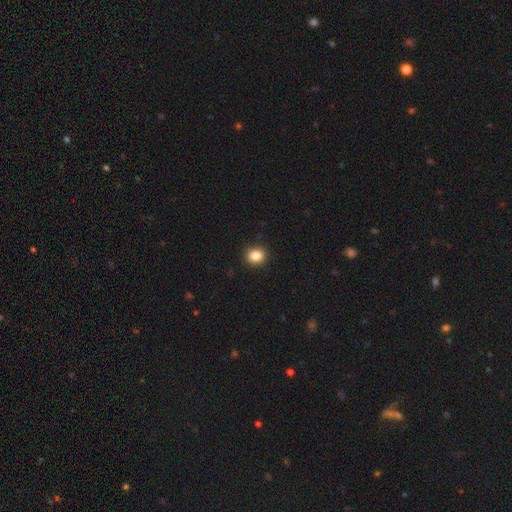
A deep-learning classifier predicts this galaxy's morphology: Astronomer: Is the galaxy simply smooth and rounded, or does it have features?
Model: smooth — 85%.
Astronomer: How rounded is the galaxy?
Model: round — 71%.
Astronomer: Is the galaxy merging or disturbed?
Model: none — 92%.